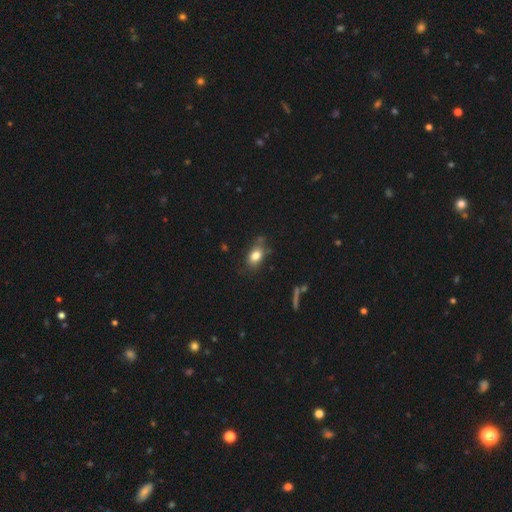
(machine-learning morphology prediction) type=smooth (79%); roundness=in between (78%); merging=none (67%).